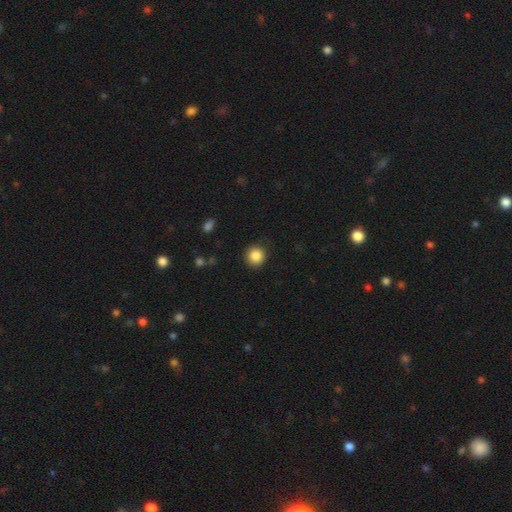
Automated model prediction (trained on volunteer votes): This is clearly a smooth galaxy (87%). How rounded: clearly round (92%). Merging: clearly none (90%).